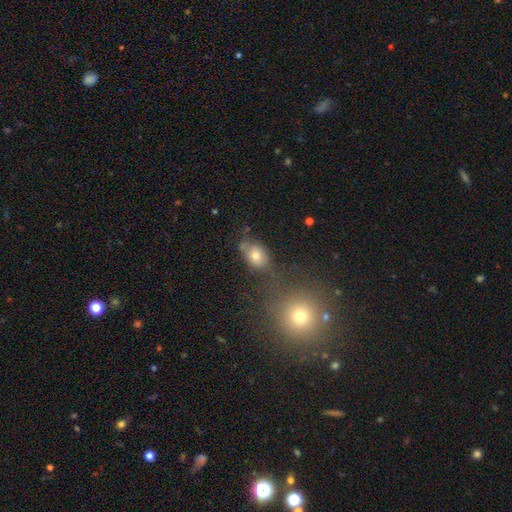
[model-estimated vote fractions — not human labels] Smooth or featured? Predicted: smooth (p=0.71). How rounded? Predicted: in between (p=0.69). Merging? Predicted: none (p=0.58).